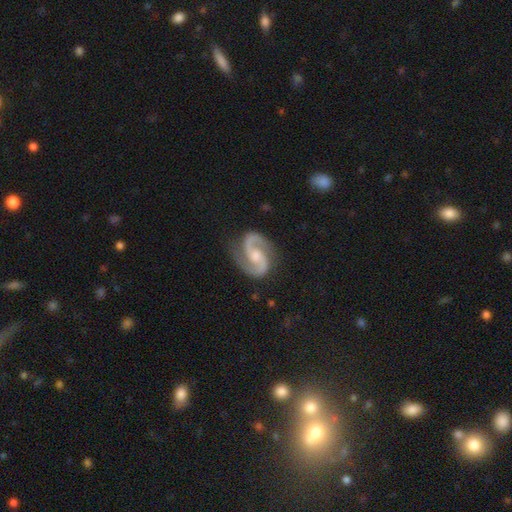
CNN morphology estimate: Smooth or featured? featured or disk (94%)
Edge-on disk? no (98%)
Bar? no (49%)
Spiral arms? yes (99%)
Spiral winding? medium (65%)
Spiral arm count? 2 (95%)
Bulge size? moderate (54%)
Merging? none (82%)